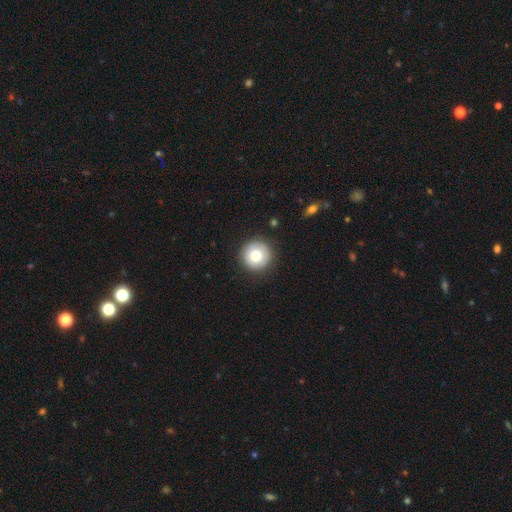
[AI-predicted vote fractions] Morphology: type=smooth (77%); roundness=round (96%); merging=none (90%).